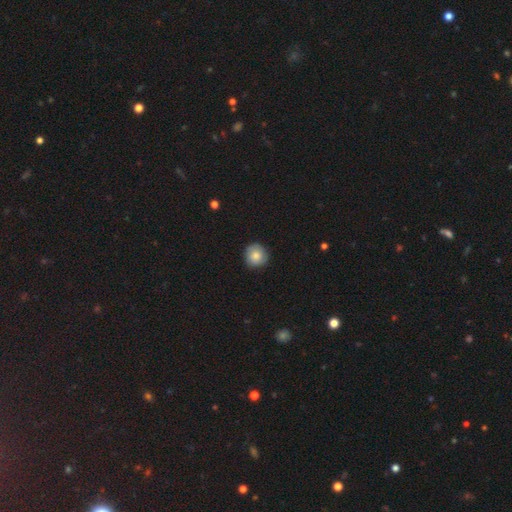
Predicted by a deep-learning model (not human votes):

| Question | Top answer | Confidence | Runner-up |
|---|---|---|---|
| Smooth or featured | smooth | 82% | featured or disk (10%) |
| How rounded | round | 93% | in between (6%) |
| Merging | none | 87% | minor disturbance (10%) |